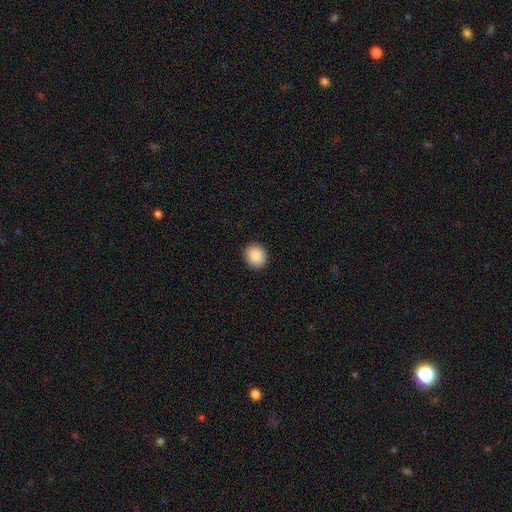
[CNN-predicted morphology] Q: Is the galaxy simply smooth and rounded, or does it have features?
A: smooth — 89%.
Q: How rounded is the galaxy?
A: round — 77%.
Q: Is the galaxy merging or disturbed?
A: none — 92%.